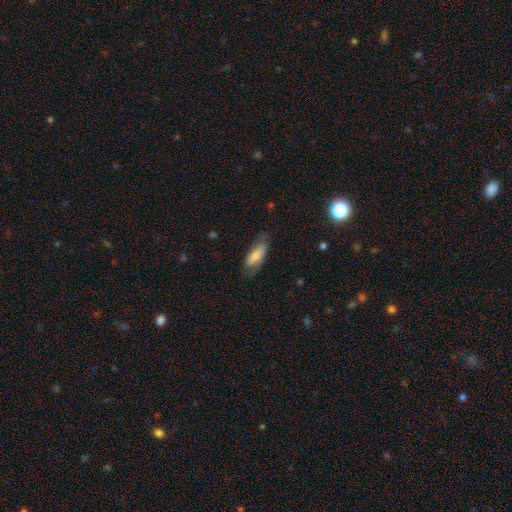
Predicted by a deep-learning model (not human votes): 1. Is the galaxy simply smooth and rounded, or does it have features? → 65% smooth, 29% featured or disk, 6% star or artifact.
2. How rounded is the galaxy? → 71% in between, 27% cigar-shaped, 2% round.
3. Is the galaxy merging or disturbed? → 65% none, 24% minor disturbance, 10% major disturbance, 1% merger.